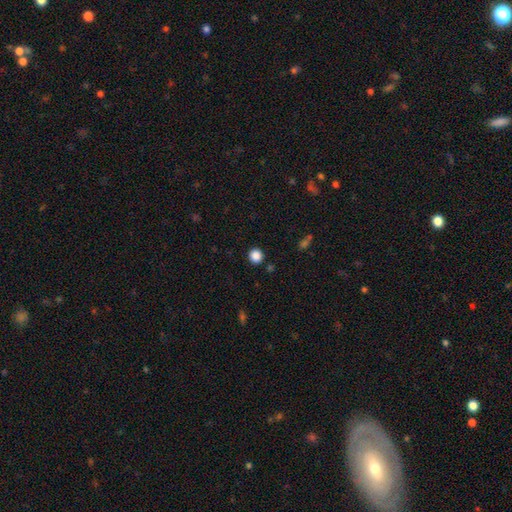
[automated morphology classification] Smooth or featured? smooth (87%)
How rounded? round (92%)
Merging? none (91%)